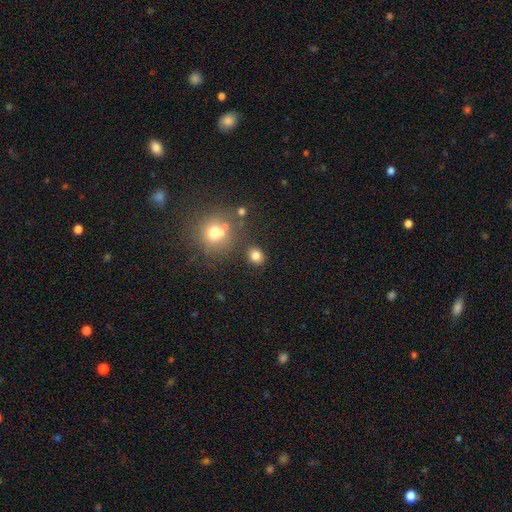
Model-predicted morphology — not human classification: smooth_or_featured: smooth (p=0.80) [alt: star or artifact p=0.14]
how_rounded: round (p=0.72) [alt: in between p=0.27]
merging: none (p=0.80) [alt: minor disturbance p=0.09]